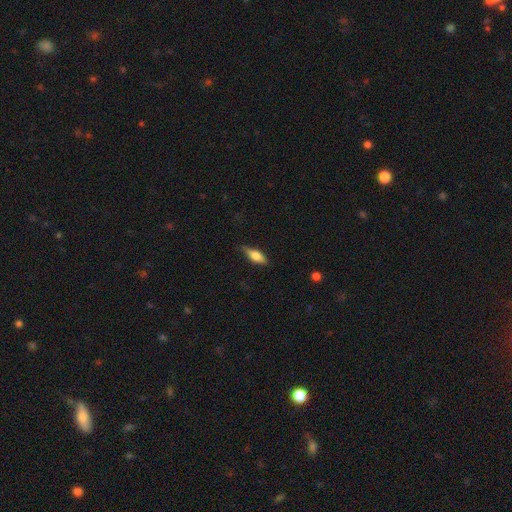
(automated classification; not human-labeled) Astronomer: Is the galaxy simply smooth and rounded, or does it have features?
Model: smooth — 64%.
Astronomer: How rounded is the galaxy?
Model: in between — 62%.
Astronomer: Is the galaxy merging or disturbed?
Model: none — 78%.